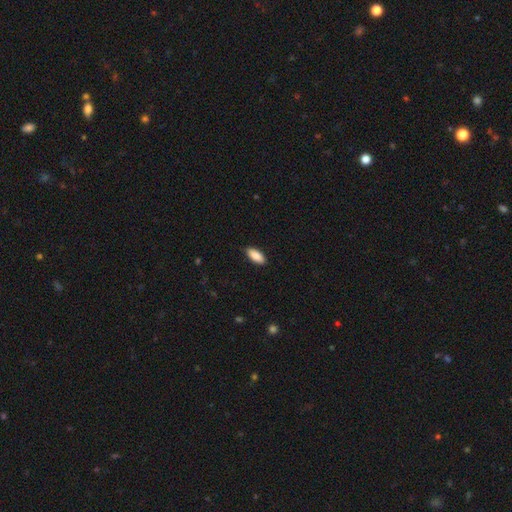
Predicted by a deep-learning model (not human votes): Smooth or featured?
  - smooth: 89% *
  - star or artifact: 6%
  - featured or disk: 5%
How rounded?
  - in between: 86% *
  - cigar-shaped: 13%
  - round: 2%
Merging?
  - none: 88% *
  - minor disturbance: 10%
  - major disturbance: 2%
  - merger: 1%